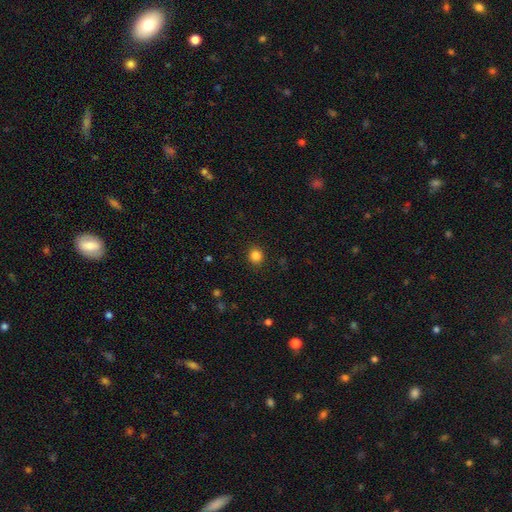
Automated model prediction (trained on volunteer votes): Q: Smooth or featured?
A: smooth (84%); runner-up: star or artifact (12%)
Q: How rounded?
A: round (88%); runner-up: in between (11%)
Q: Merging?
A: none (91%); runner-up: minor disturbance (6%)